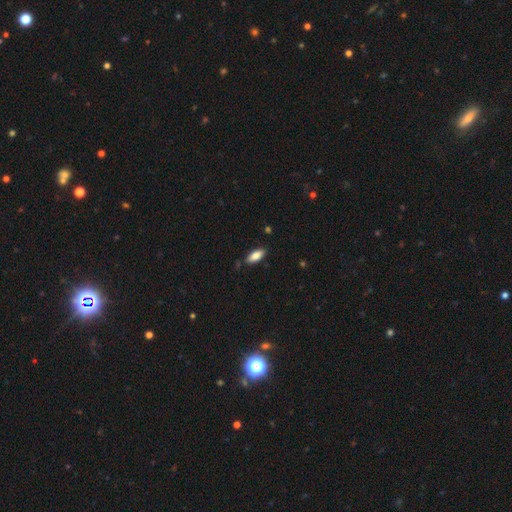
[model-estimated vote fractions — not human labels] smooth-or-featured: smooth: 83% | featured or disk: 11% | star or artifact: 7%
  how-rounded: in between: 83% | cigar-shaped: 16% | round: 2%
  merging: none: 83% | minor disturbance: 13% | major disturbance: 2% | merger: 2%